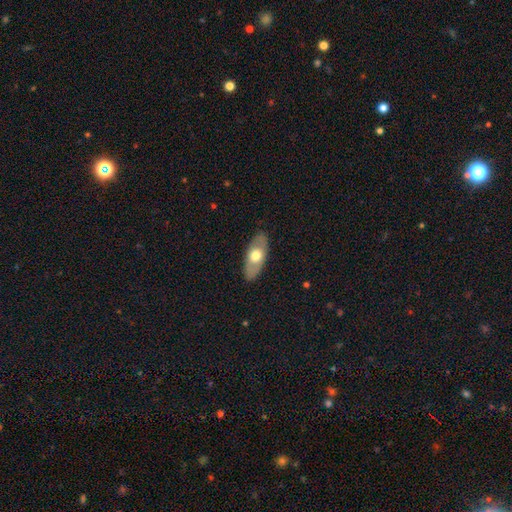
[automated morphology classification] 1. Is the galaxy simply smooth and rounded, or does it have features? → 54% smooth, 41% featured or disk, 5% star or artifact.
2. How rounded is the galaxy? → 85% in between, 11% cigar-shaped, 4% round.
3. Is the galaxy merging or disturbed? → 87% none, 10% minor disturbance, 2% major disturbance, 1% merger.